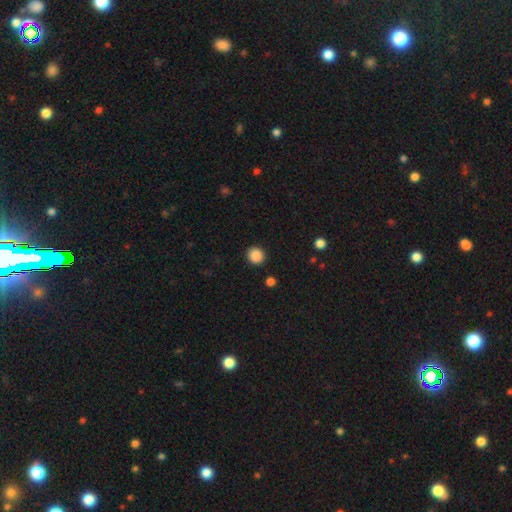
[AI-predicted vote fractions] A smooth galaxy with no disk features (88%) that is round (88%). Merging: none (91%).